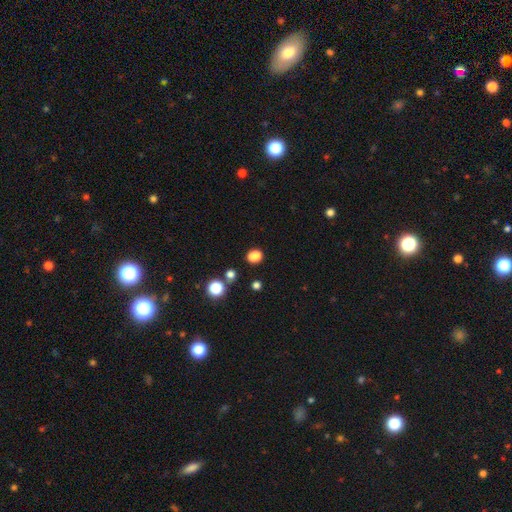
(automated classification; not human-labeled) Q: Smooth or featured?
A: smooth (78%); runner-up: star or artifact (18%)
Q: How rounded?
A: round (61%); runner-up: in between (38%)
Q: Merging?
A: none (81%); runner-up: minor disturbance (9%)